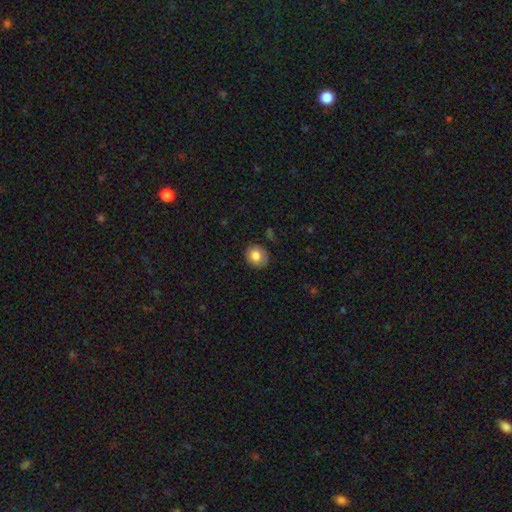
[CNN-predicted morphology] smooth_or_featured: smooth (p=0.83) [alt: featured or disk p=0.09]
how_rounded: round (p=0.77) [alt: in between p=0.22]
merging: none (p=0.87) [alt: minor disturbance p=0.10]